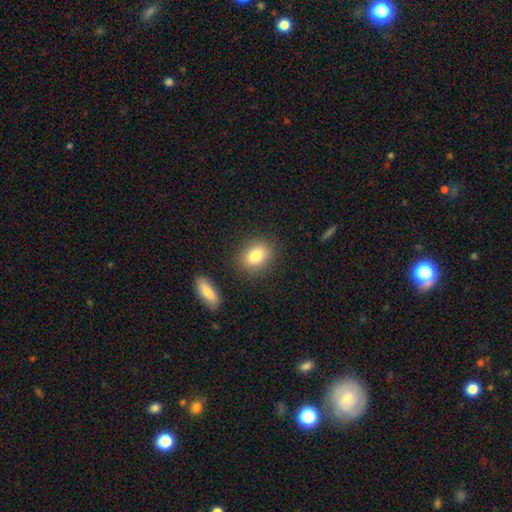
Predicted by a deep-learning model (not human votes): This is clearly a smooth galaxy (81%). How rounded: possibly in between (54%). Merging: clearly none (84%).